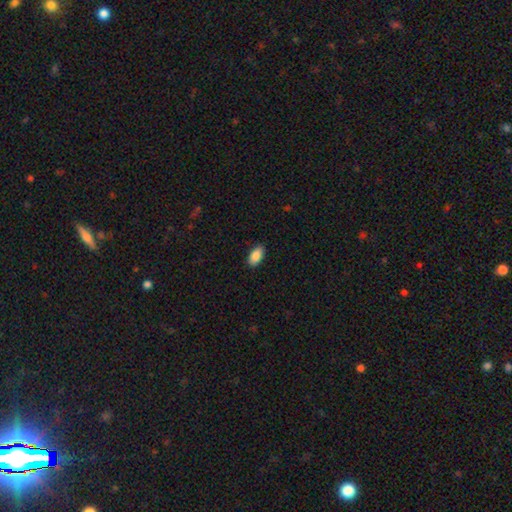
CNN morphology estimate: smooth-or-featured: smooth: 88% | star or artifact: 7% | featured or disk: 5%
  how-rounded: in between: 94% | cigar-shaped: 3% | round: 3%
  merging: none: 87% | minor disturbance: 10% | major disturbance: 2% | merger: 1%